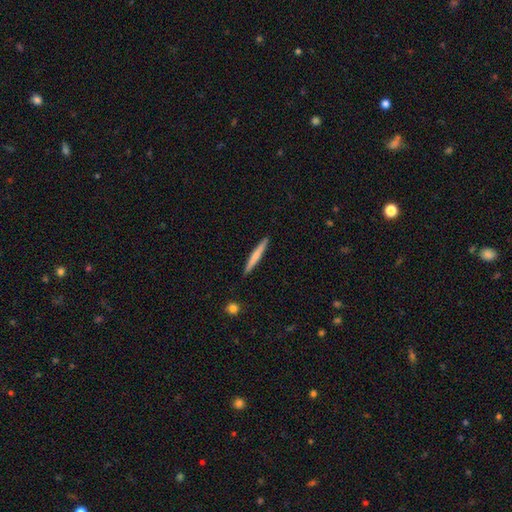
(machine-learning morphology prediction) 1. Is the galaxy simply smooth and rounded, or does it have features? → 63% smooth, 32% featured or disk, 5% star or artifact.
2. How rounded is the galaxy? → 96% cigar-shaped, 3% in between, 1% round.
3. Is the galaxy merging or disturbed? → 91% none, 6% minor disturbance, 1% major disturbance, 1% merger.